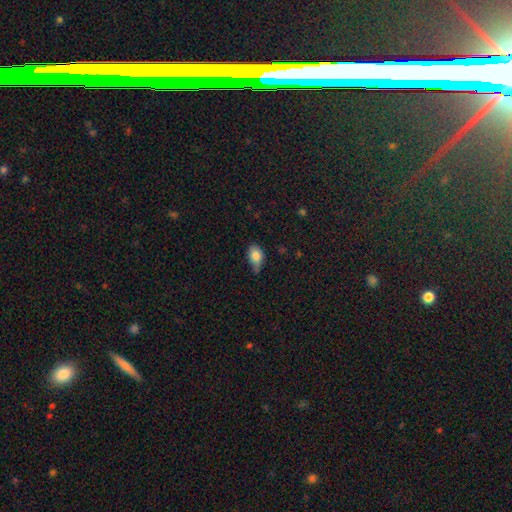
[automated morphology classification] This appears to be a smooth galaxy with no disk features (80%) that is in between round and cigar-shaped (83%). Merging: none (45%).